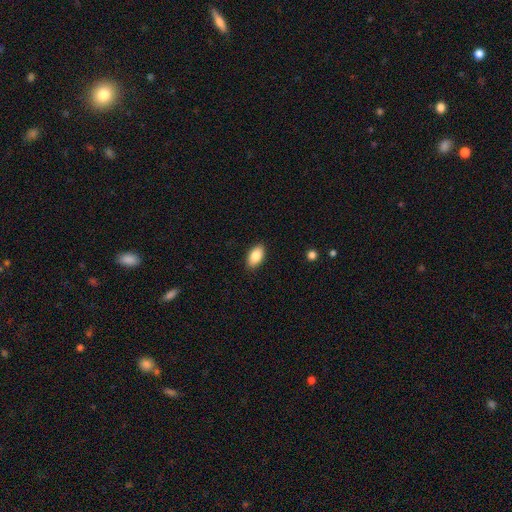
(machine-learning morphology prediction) smooth_or_featured: smooth (p=0.86) [alt: star or artifact p=0.07]
how_rounded: in between (p=0.93) [alt: round p=0.04]
merging: none (p=0.88) [alt: minor disturbance p=0.09]